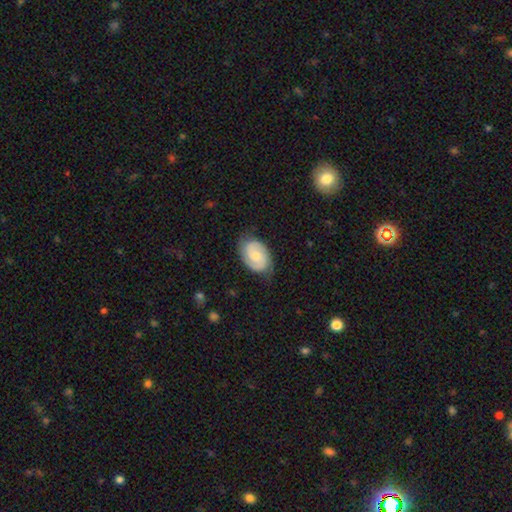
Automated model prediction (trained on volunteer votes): A featured or disk galaxy (73%) with no bar (62%), 2 (87%) tight (44%) spiral arms (95%) and a small central bulge (53%). Merging: none (75%).